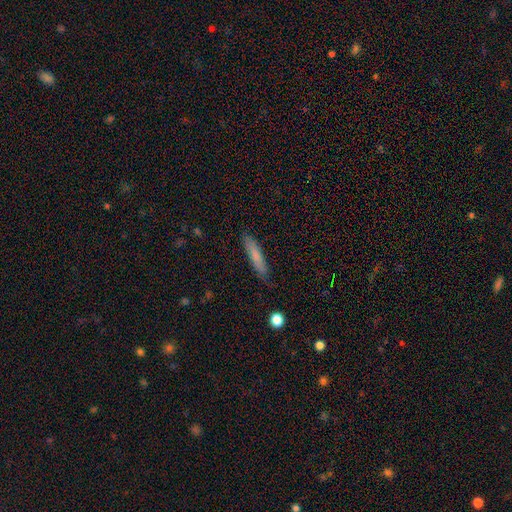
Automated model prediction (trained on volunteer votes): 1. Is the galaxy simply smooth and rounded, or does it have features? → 76% smooth, 18% featured or disk, 7% star or artifact.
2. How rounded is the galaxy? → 89% cigar-shaped, 9% in between, 1% round.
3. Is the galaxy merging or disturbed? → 83% none, 13% minor disturbance, 2% major disturbance, 1% merger.